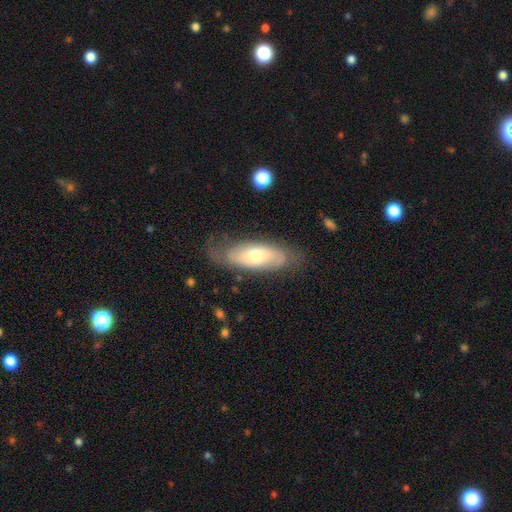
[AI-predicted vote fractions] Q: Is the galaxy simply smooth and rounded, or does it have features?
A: featured or disk — 52%.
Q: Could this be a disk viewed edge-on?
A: no — 78%.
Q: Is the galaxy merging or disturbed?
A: none — 71%.